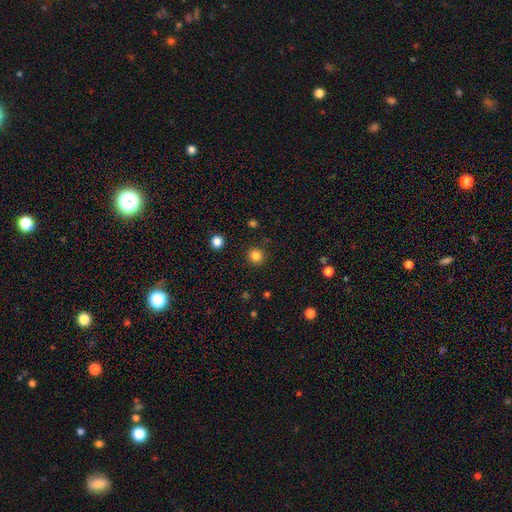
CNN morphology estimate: Overall: smooth (83%). How rounded: round (93%). Merging: none (90%).